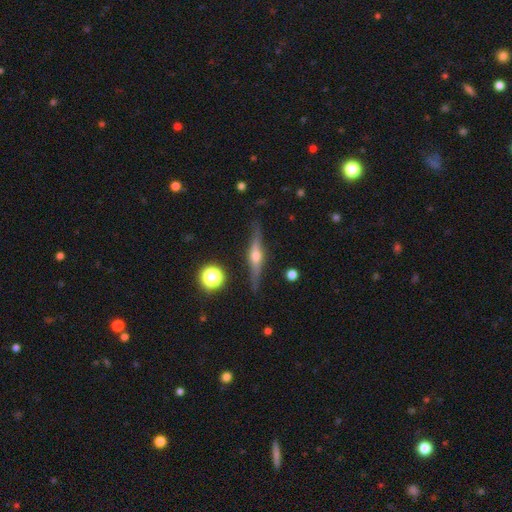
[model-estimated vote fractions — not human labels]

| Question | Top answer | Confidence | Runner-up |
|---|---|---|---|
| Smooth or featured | featured or disk | 74% | smooth (19%) |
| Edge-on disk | yes | 97% | no (3%) |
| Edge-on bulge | rounded | 92% | boxy (6%) |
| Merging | none | 86% | minor disturbance (10%) |